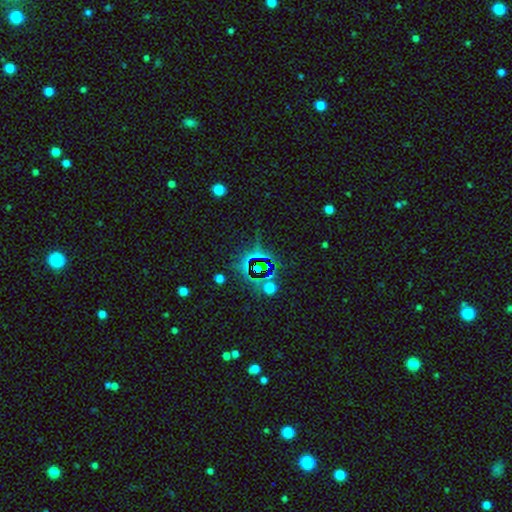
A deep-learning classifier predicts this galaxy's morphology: star or artifact 74%, smooth 16%, featured or disk 11%.